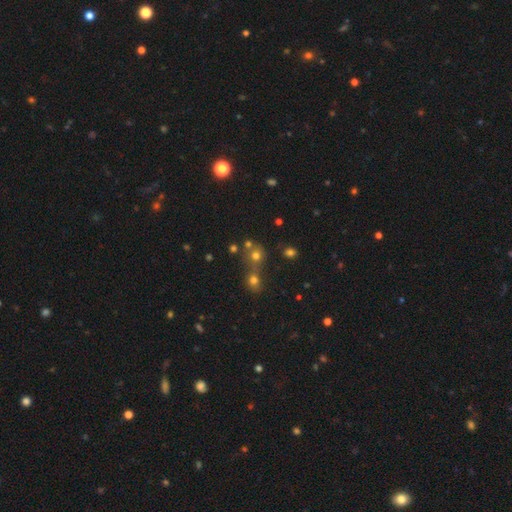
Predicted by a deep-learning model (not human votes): smooth_or_featured: smooth (p=0.65) [alt: star or artifact p=0.23]
how_rounded: round (p=0.84) [alt: in between p=0.15]
merging: merger (p=0.45) [alt: none p=0.44]